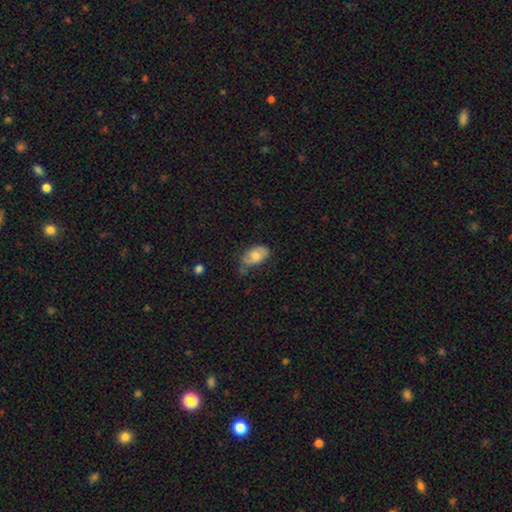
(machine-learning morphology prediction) smooth_or_featured: smooth (p=0.71) [alt: featured or disk p=0.22]
how_rounded: in between (p=0.92) [alt: round p=0.06]
merging: none (p=0.52) [alt: minor disturbance p=0.36]